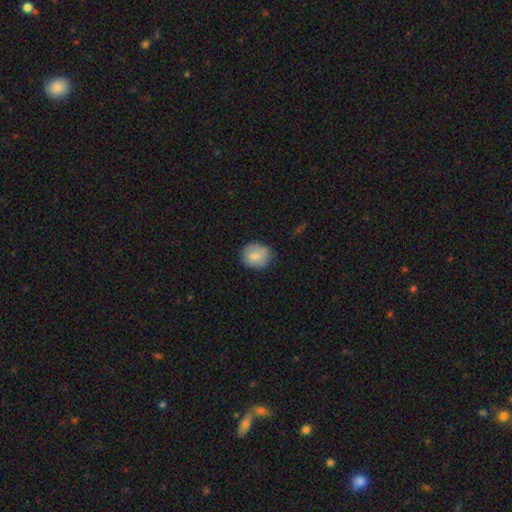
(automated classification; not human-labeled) Smooth or featured? smooth (81%)
How rounded? round (71%)
Merging? none (74%)